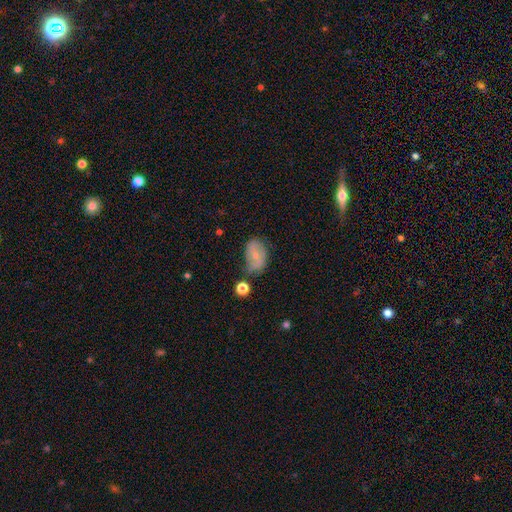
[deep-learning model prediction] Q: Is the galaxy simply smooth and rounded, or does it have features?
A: smooth — 56%.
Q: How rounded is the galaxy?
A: in between — 84%.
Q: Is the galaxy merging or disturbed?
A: none — 53%.